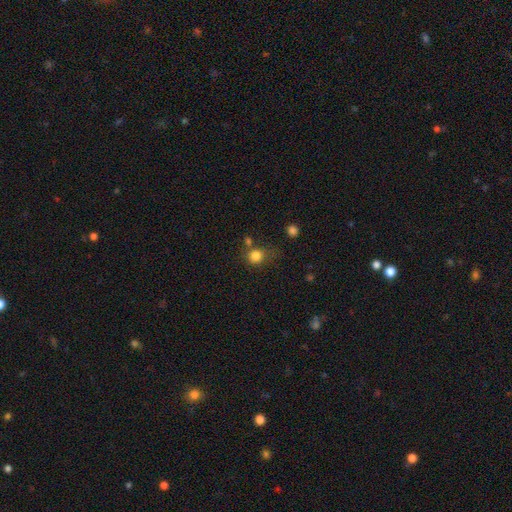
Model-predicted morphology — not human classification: Overall: smooth (82%). How rounded: round (79%). Merging: none (58%; minor disturbance 20%).